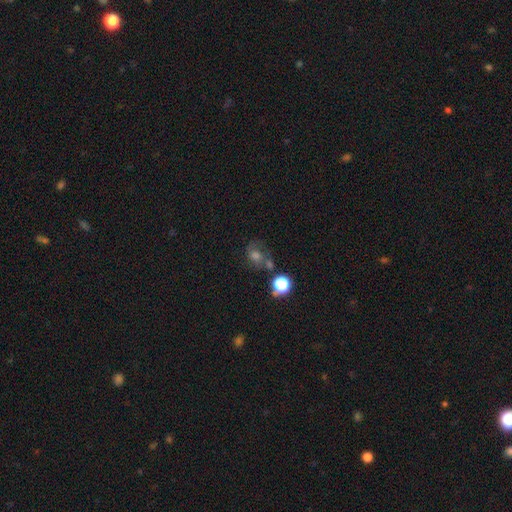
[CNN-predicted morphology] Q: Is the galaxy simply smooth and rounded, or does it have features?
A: smooth — 53%.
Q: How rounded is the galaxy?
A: round — 64%.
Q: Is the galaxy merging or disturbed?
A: none — 46%.